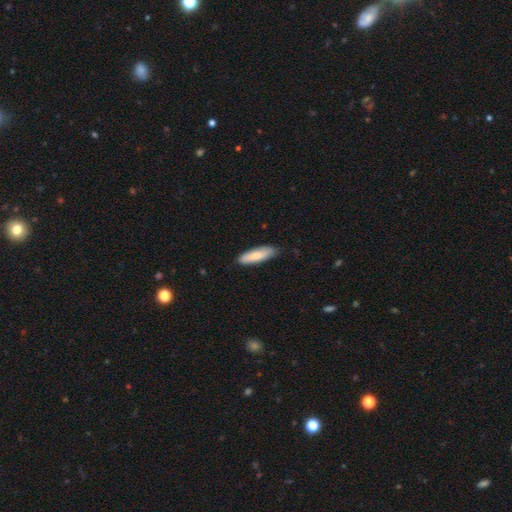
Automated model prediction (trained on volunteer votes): A smooth galaxy with no disk features (80%) that is cigar-shaped (56%).

Vote fractions:
- Smooth or featured? smooth: 80% / featured or disk: 14% / star or artifact: 5%
- How rounded? cigar-shaped: 56% / in between: 42% / round: 2%
- Merging? none: 84% / minor disturbance: 13% / major disturbance: 2% / merger: 1%